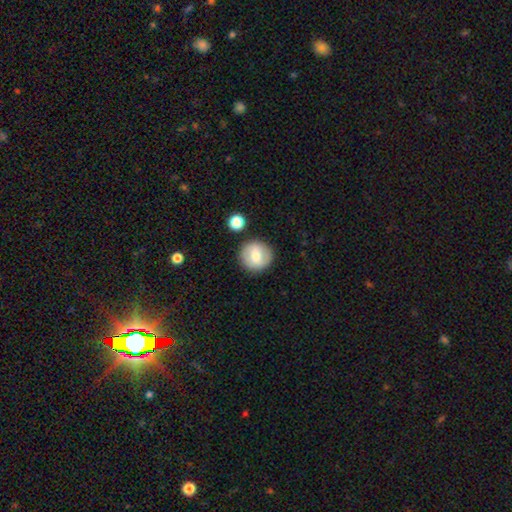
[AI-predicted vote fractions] Overall: smooth (71%). How rounded: round (92%). Merging: none (85%).